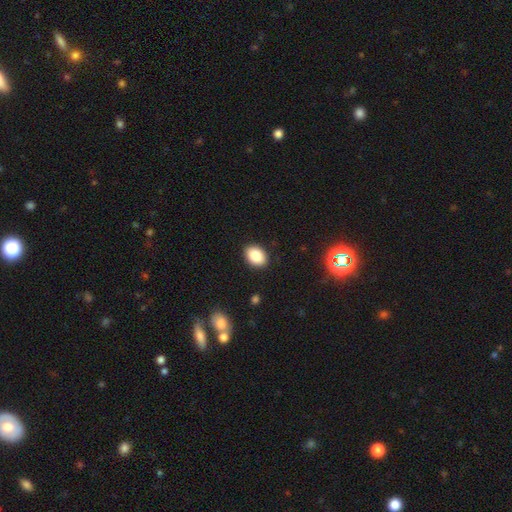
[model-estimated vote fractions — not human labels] This is clearly a smooth galaxy (87%). How rounded: clearly in between (80%). Merging: clearly none (89%).